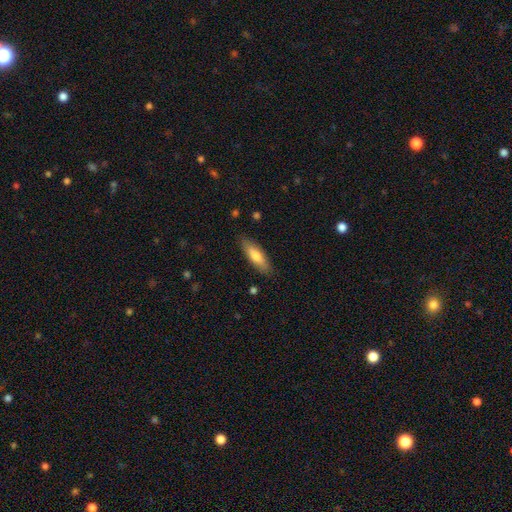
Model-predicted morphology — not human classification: smooth-or-featured: smooth: 74% | featured or disk: 20% | star or artifact: 6%
  how-rounded: in between: 55% | cigar-shaped: 43% | round: 2%
  merging: none: 85% | minor disturbance: 11% | major disturbance: 2% | merger: 1%